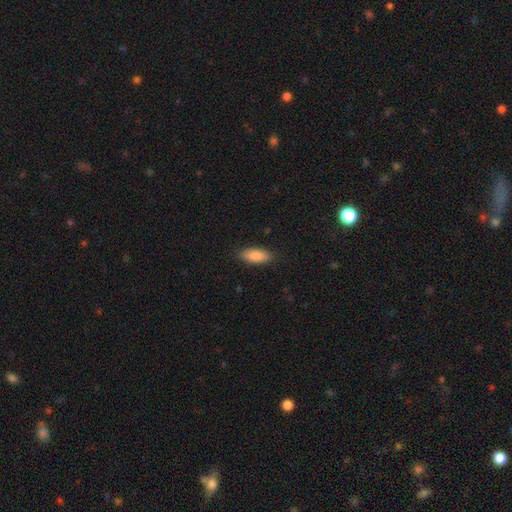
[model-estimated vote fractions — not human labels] Q: Smooth or featured?
A: smooth (86%); runner-up: featured or disk (8%)
Q: How rounded?
A: in between (77%); runner-up: cigar-shaped (21%)
Q: Merging?
A: none (87%); runner-up: minor disturbance (9%)